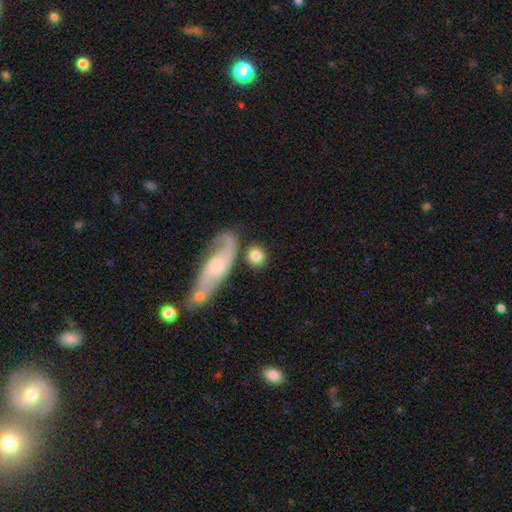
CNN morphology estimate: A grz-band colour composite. It shows a smooth galaxy with no disk features (77%) that is round (82%). Merging: none (72%).